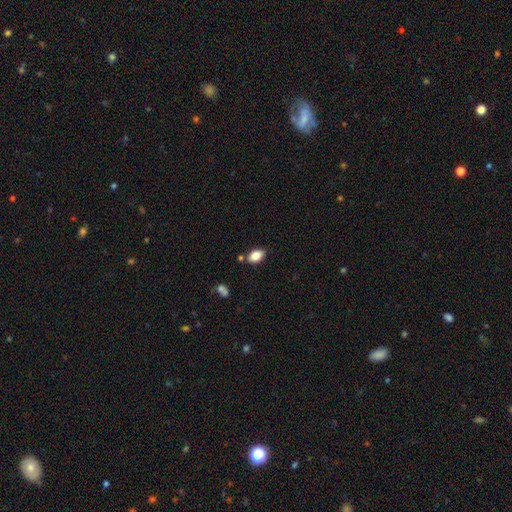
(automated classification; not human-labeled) Smooth or featured? smooth (83%)
How rounded? in between (87%)
Merging? none (79%)